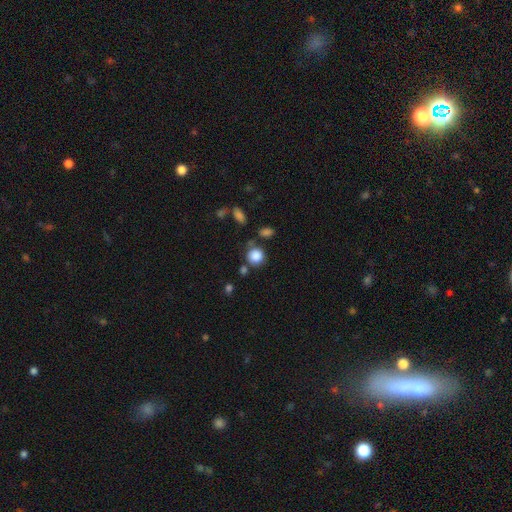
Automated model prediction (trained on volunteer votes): The model was most divided on "merging": none: 71%, minor disturbance: 13%, merger: 11%, major disturbance: 5%. More confident: how rounded — round (87%); smooth or featured — smooth (85%).